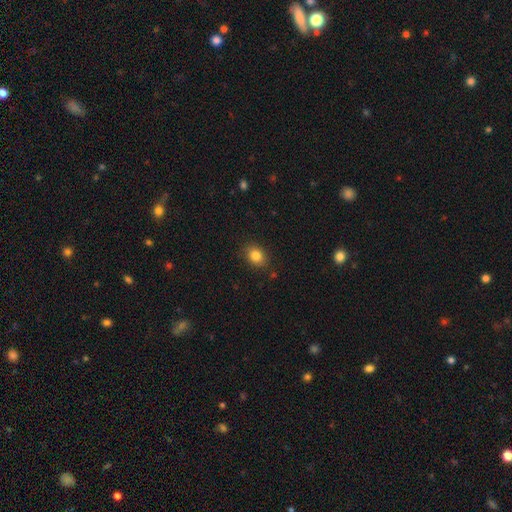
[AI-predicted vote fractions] Overall: smooth (83%). How rounded: in between (52%; round 47%). Merging: none (85%).